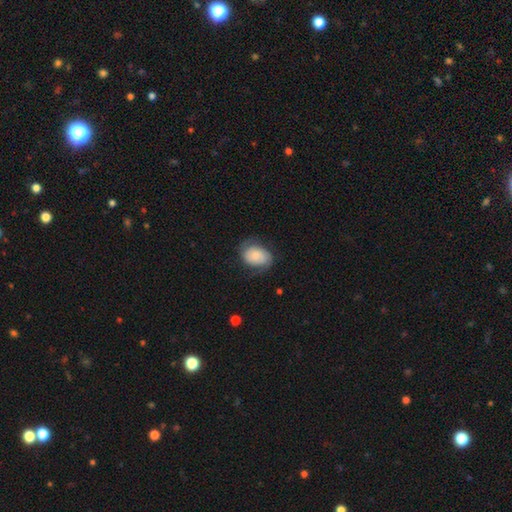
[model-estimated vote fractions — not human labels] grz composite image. It shows a smooth galaxy with no disk features (48%). Merging: none (61%).